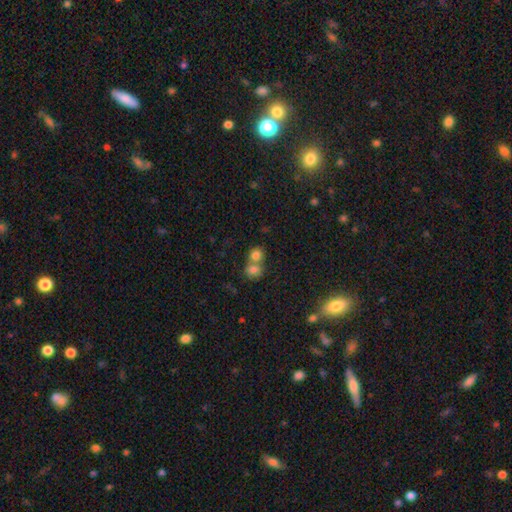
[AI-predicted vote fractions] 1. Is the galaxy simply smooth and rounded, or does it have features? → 80% smooth, 11% star or artifact, 10% featured or disk.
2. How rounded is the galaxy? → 70% round, 28% in between, 1% cigar-shaped.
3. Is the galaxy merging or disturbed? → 59% merger, 32% none, 6% minor disturbance, 3% major disturbance.